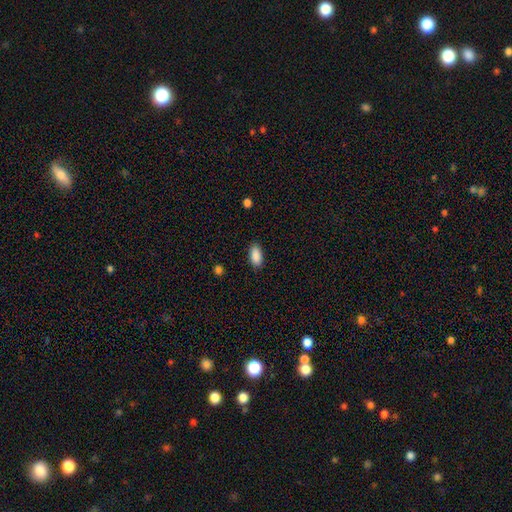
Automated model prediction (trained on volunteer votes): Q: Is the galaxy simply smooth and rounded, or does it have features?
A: smooth — 90%.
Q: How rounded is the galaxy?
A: in between — 90%.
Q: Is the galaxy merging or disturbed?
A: none — 87%.